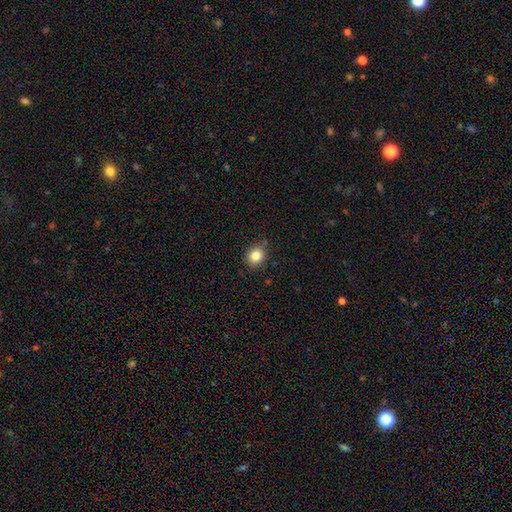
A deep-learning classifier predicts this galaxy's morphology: smooth_or_featured: smooth (p=0.83) [alt: star or artifact p=0.11]
how_rounded: round (p=0.70) [alt: in between p=0.29]
merging: none (p=0.86) [alt: minor disturbance p=0.10]